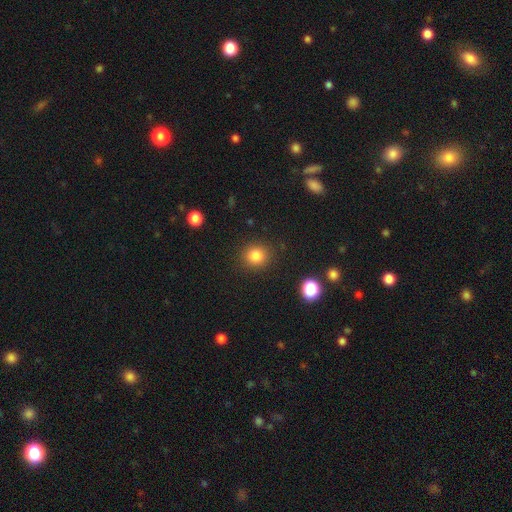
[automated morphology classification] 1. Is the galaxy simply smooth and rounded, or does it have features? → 83% smooth, 12% star or artifact, 5% featured or disk.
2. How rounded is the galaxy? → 85% round, 14% in between, 1% cigar-shaped.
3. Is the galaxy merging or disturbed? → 89% none, 7% minor disturbance, 3% major disturbance, 1% merger.